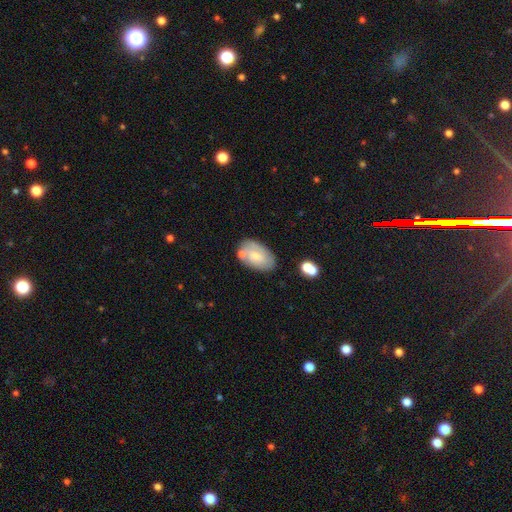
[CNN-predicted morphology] The model was most divided on "smooth or featured": smooth: 64%, featured or disk: 29%, star or artifact: 7%. More confident: how rounded — in between (93%); merging — none (67%).